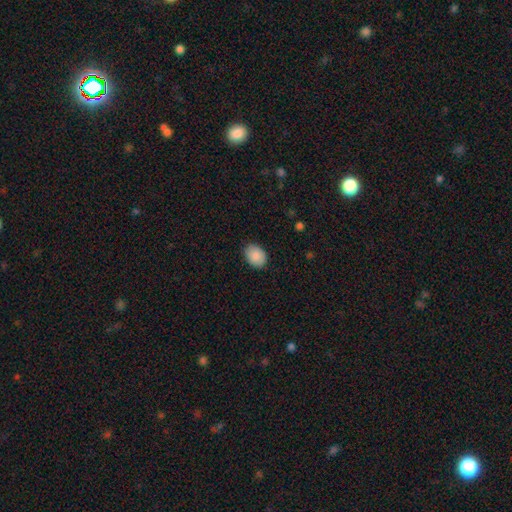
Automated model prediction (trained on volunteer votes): Smooth or featured: smooth — 89% (star or artifact — 7%)
How rounded: in between — 71% (round — 29%)
Merging: none — 87% (minor disturbance — 10%)